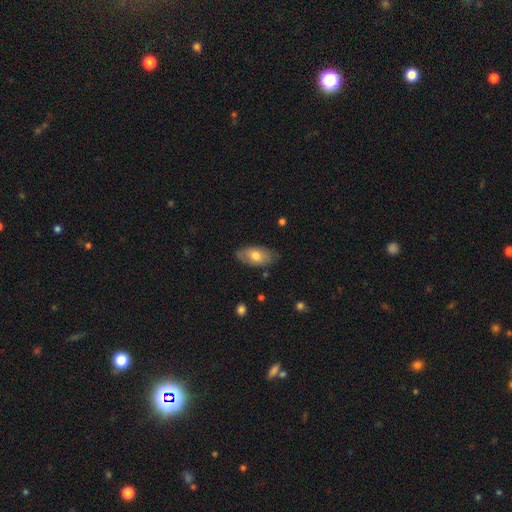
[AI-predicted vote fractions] A smooth galaxy with no disk features (71%) that is in between round and cigar-shaped (92%).

Vote fractions:
- Smooth or featured? smooth: 71% / featured or disk: 23% / star or artifact: 6%
- How rounded? in between: 92% / round: 4% / cigar-shaped: 4%
- Merging? none: 79% / minor disturbance: 16% / major disturbance: 3% / merger: 1%